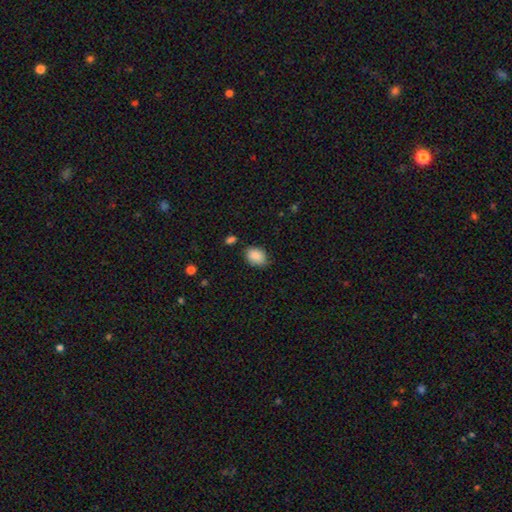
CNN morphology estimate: A smooth galaxy with no disk features (88%) that is in between round and cigar-shaped (72%). Merging: none (73%).